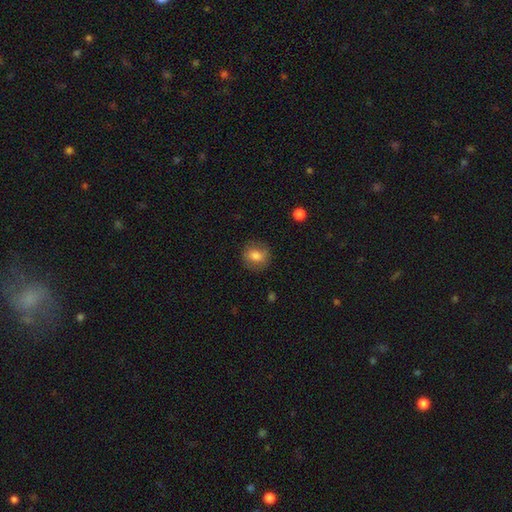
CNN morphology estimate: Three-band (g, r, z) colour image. It shows a smooth galaxy with no disk features (76%) that is round (77%). Merging: none (83%).